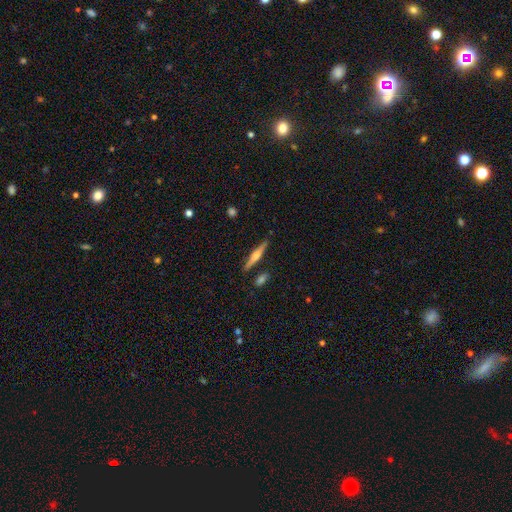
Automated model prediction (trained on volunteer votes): smooth-or-featured: featured or disk: 63% | smooth: 32% | star or artifact: 6%
  disk-edge-on: yes: 97% | no: 3%
    edge-on-bulge: rounded: 84% | boxy: 10% | none: 6%
  merging: none: 87% | minor disturbance: 8% | merger: 3% | major disturbance: 2%